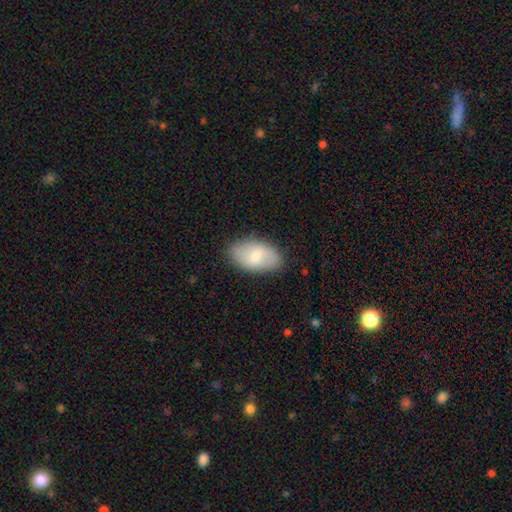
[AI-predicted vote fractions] Q: Smooth or featured?
A: smooth (73%); runner-up: featured or disk (21%)
Q: How rounded?
A: in between (94%); runner-up: round (4%)
Q: Merging?
A: none (83%); runner-up: minor disturbance (13%)